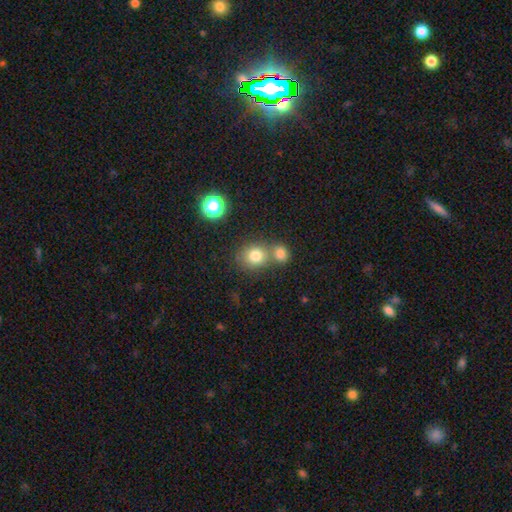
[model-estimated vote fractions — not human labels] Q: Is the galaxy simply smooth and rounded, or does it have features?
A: smooth — 79%.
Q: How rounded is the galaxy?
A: round — 79%.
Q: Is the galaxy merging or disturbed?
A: none — 53%.